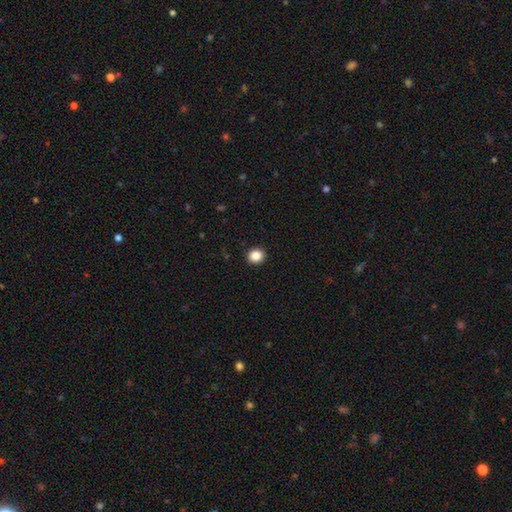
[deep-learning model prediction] smooth_or_featured: smooth (p=0.87) [alt: star or artifact p=0.10]
how_rounded: round (p=0.84) [alt: in between p=0.16]
merging: none (p=0.93) [alt: minor disturbance p=0.05]